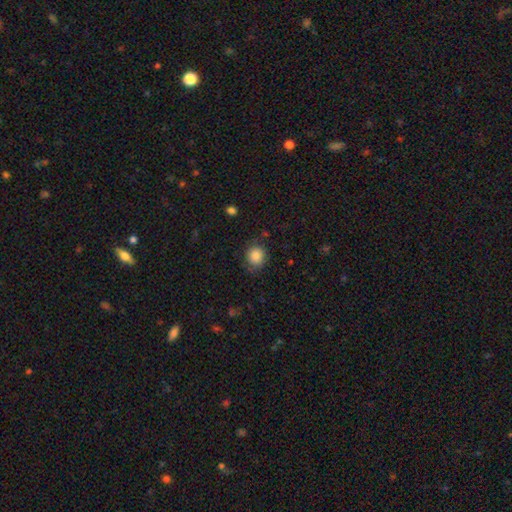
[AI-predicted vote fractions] Smooth or featured? Predicted: smooth (p=0.86). How rounded? Predicted: round (p=0.80). Merging? Predicted: none (p=0.76).